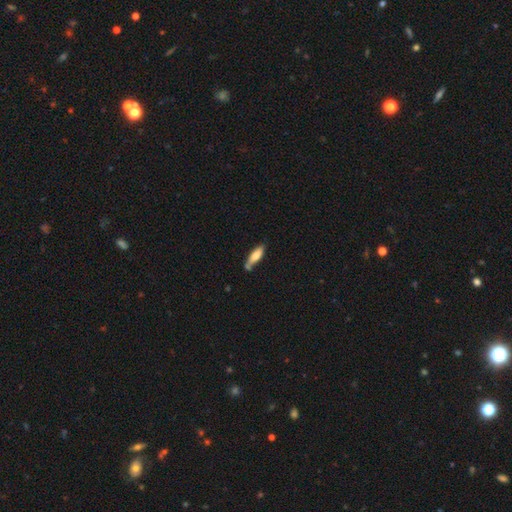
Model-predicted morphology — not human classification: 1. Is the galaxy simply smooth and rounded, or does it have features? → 71% smooth, 23% featured or disk, 6% star or artifact.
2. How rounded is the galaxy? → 54% cigar-shaped, 44% in between, 2% round.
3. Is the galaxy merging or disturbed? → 60% none, 21% minor disturbance, 14% merger, 5% major disturbance.